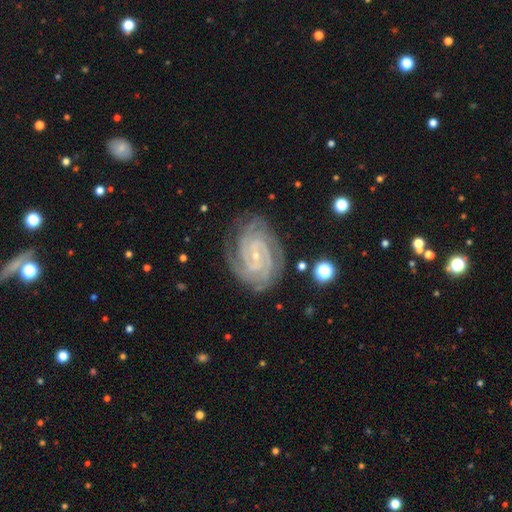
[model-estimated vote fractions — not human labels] Morphology: type=featured or disk (92%); edge-on=no (98%); bar=no (51%); spiral arms=yes (99%); winding=tight (78%); arm count=3 (29%); bulge=small (84%); merging=none (79%).